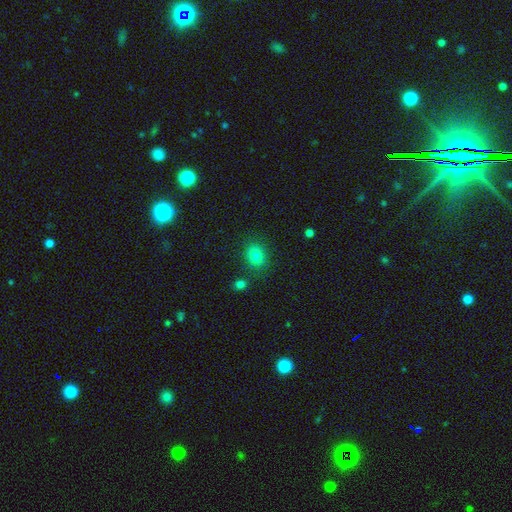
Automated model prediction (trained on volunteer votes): Q: Smooth or featured?
A: smooth (83%); runner-up: star or artifact (11%)
Q: How rounded?
A: in between (50%); runner-up: round (49%)
Q: Merging?
A: none (81%); runner-up: minor disturbance (11%)